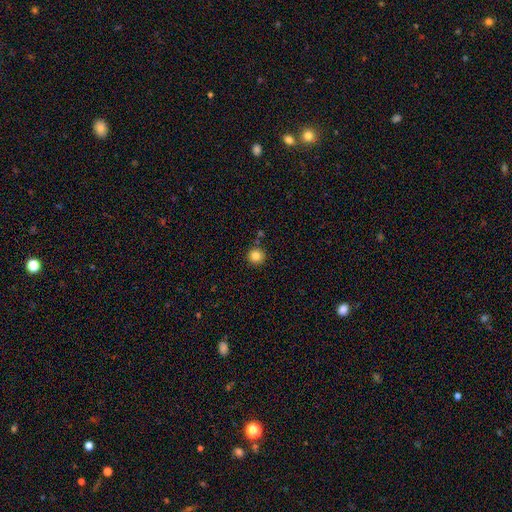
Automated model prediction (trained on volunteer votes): Q: Smooth or featured?
A: smooth (84%); runner-up: star or artifact (11%)
Q: How rounded?
A: round (94%); runner-up: in between (5%)
Q: Merging?
A: none (86%); runner-up: minor disturbance (8%)